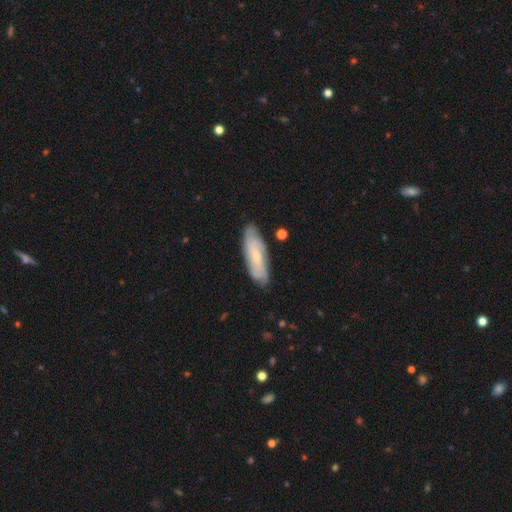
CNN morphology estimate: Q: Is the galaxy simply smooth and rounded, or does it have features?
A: featured or disk — 55%.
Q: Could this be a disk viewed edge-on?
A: no — 79%.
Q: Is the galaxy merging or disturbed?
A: none — 81%.